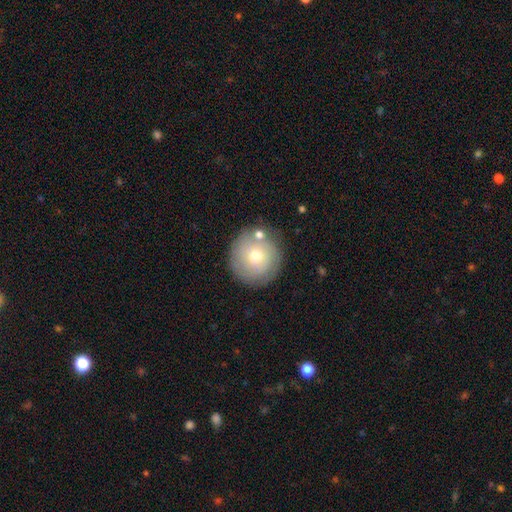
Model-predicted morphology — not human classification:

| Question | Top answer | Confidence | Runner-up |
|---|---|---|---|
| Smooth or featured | smooth | 60% | featured or disk (31%) |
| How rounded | round | 94% | in between (5%) |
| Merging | none | 78% | minor disturbance (11%) |